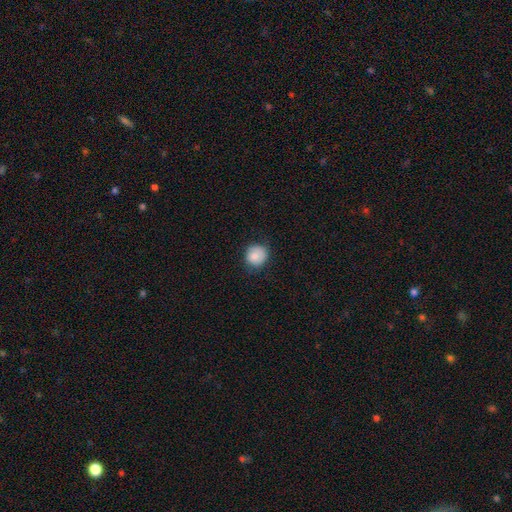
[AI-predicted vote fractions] Smooth or featured? smooth (84%)
How rounded? round (88%)
Merging? none (74%)